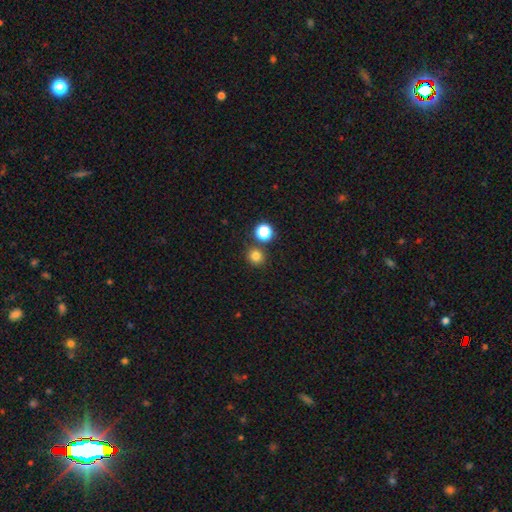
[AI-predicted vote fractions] The model was most divided on "smooth or featured": smooth: 79%, star or artifact: 16%, featured or disk: 5%. More confident: how rounded — round (92%); merging — none (82%).